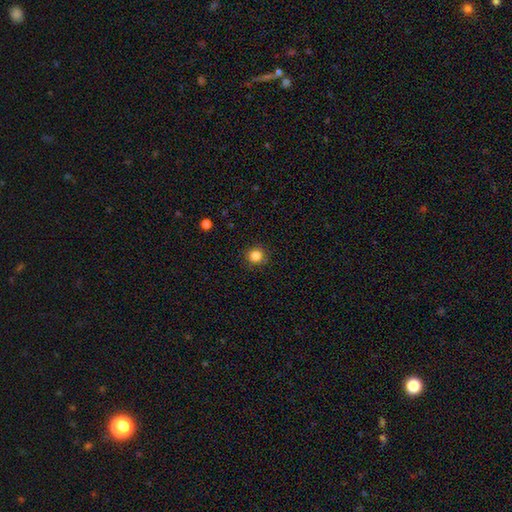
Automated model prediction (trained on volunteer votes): smooth-or-featured: smooth: 85% | star or artifact: 12% | featured or disk: 4%
  how-rounded: round: 93% | in between: 7% | cigar-shaped: 1%
  merging: none: 89% | minor disturbance: 7% | major disturbance: 2% | merger: 1%